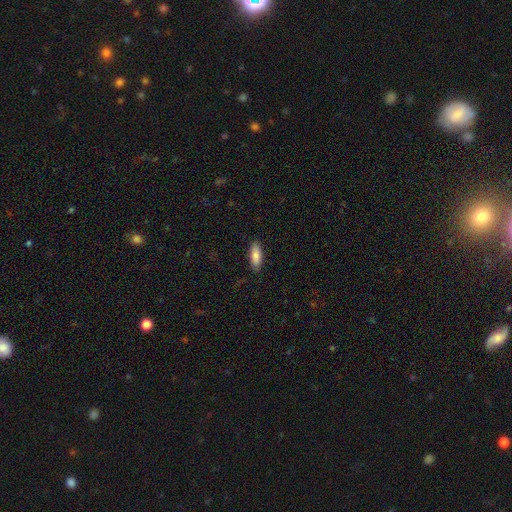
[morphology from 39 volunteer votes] Smooth or featured?
  - smooth: 85% *
  - featured or disk: 13%
  - star or artifact: 3%
How rounded?
  - in between: 70% *
  - cigar-shaped: 30%
  - round: 0%
Merging?
  - none: 87% *
  - minor disturbance: 8%
  - major disturbance: 5%
  - merger: 0%